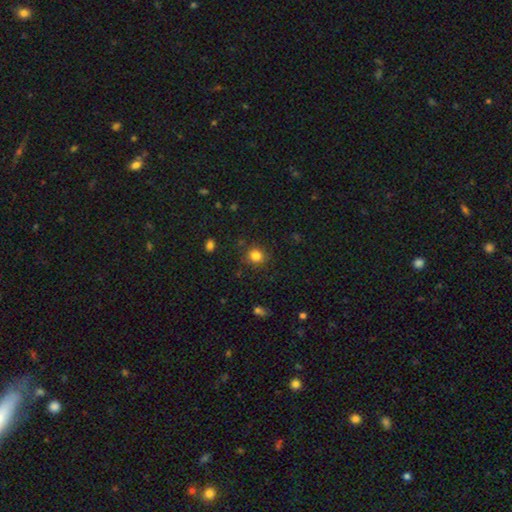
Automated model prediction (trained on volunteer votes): A smooth galaxy with no disk features (83%) that is round (79%). Merging: none (85%).